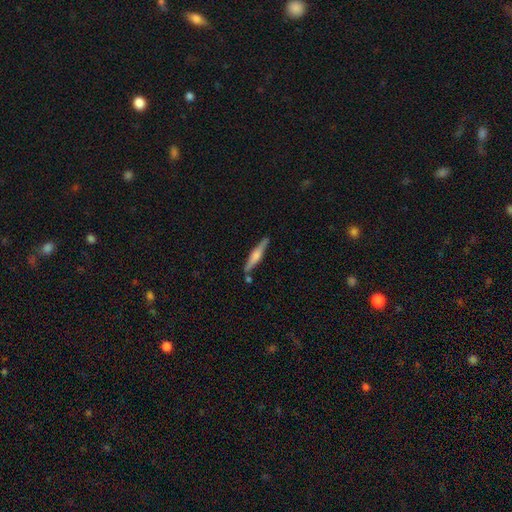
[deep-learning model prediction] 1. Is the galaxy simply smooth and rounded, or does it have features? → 58% featured or disk, 37% smooth, 6% star or artifact.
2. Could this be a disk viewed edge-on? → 97% yes, 3% no.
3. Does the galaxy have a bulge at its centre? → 76% rounded, 16% boxy, 8% none.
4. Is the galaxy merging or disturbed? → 82% none, 10% minor disturbance, 5% merger, 2% major disturbance.